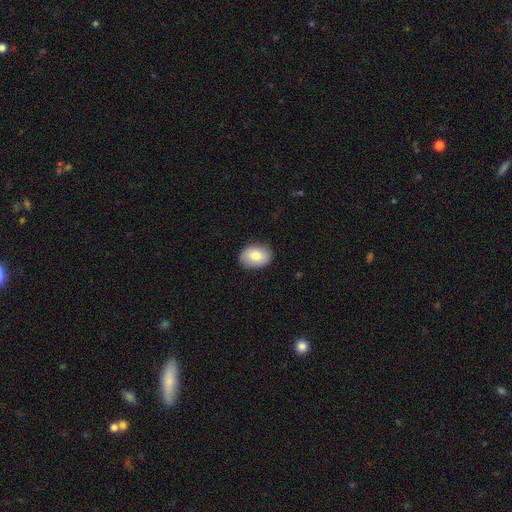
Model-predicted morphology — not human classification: The model was most divided on "how rounded": in between: 77%, round: 22%, cigar-shaped: 1%. More confident: merging — none (87%); smooth or featured — smooth (79%).